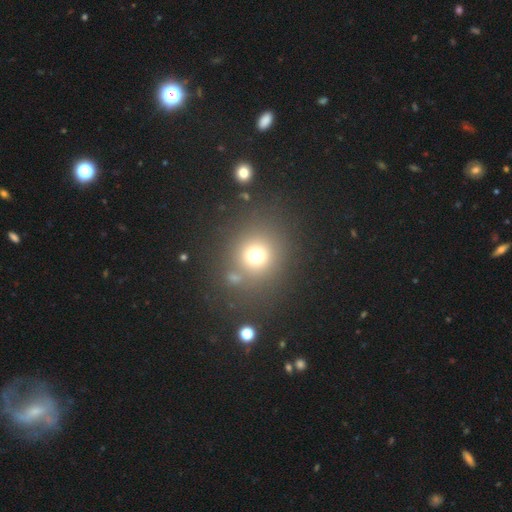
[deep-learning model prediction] A smooth galaxy with no disk features (70%) that is round (88%).

Vote fractions:
- Smooth or featured? smooth: 70% / star or artifact: 21% / featured or disk: 9%
- How rounded? round: 88% / in between: 11% / cigar-shaped: 1%
- Merging? none: 76% / minor disturbance: 10% / merger: 8% / major disturbance: 6%